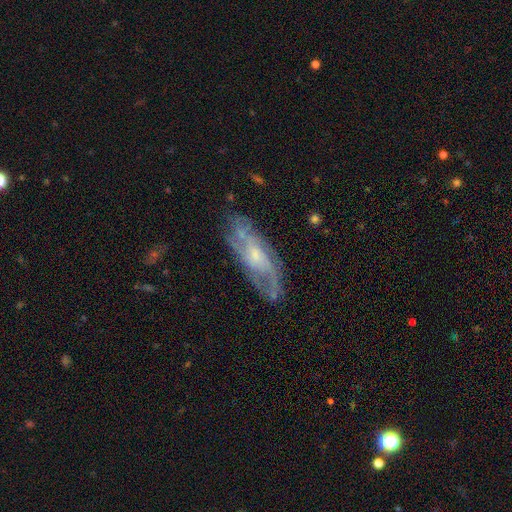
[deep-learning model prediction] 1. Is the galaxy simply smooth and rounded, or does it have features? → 75% featured or disk, 19% smooth, 7% star or artifact.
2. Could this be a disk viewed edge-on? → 84% no, 16% yes.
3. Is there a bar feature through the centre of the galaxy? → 64% no, 31% weak, 5% strong.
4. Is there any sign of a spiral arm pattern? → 86% yes, 14% no.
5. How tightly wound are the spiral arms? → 43% medium, 36% tight, 21% loose.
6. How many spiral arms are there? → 44% can't tell, 28% 2, 13% 3, 7% 4, 5% 1, 4% more than 4.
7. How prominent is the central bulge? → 52% small, 37% moderate, 7% none, 3% large, 1% dominant.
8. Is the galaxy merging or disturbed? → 70% none, 19% minor disturbance, 8% major disturbance, 2% merger.